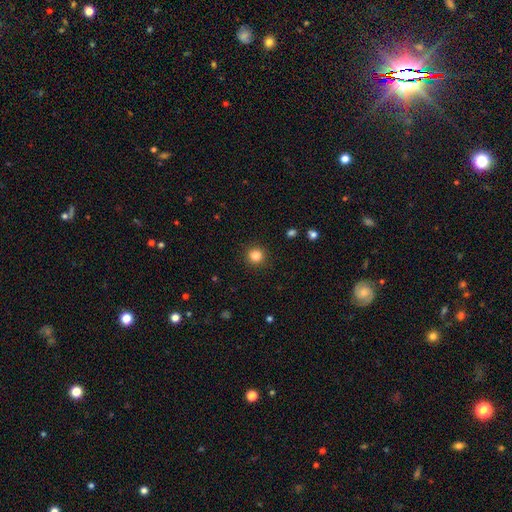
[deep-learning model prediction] Smooth or featured? Predicted: smooth (p=0.83). How rounded? Predicted: round (p=0.94). Merging? Predicted: none (p=0.92).